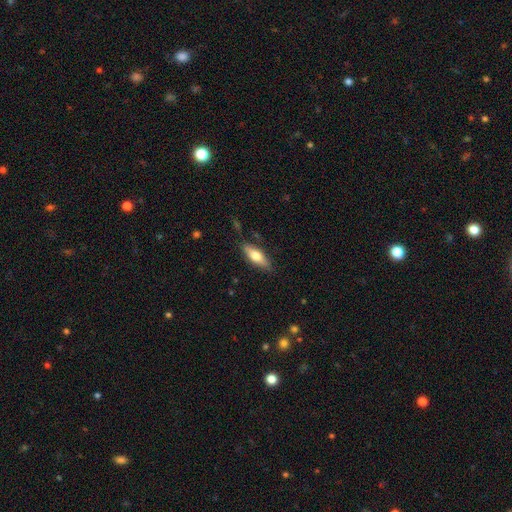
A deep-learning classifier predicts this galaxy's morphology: Smooth or featured?
  - smooth: 65% *
  - featured or disk: 29%
  - star or artifact: 6%
How rounded?
  - in between: 61% *
  - cigar-shaped: 37%
  - round: 2%
Merging?
  - none: 80% *
  - minor disturbance: 15%
  - major disturbance: 3%
  - merger: 2%